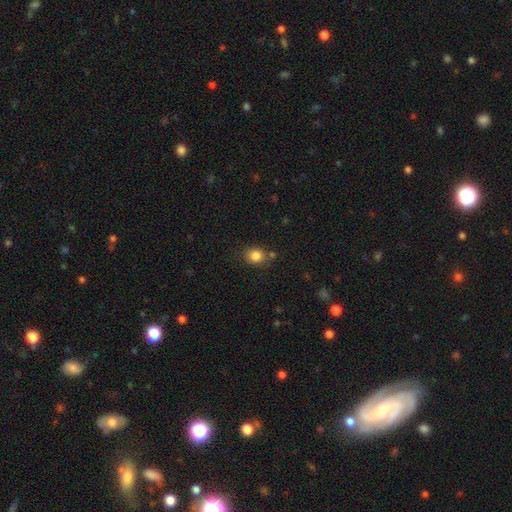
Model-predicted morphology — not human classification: type=smooth (84%); roundness=round (67%); merging=none (74%).